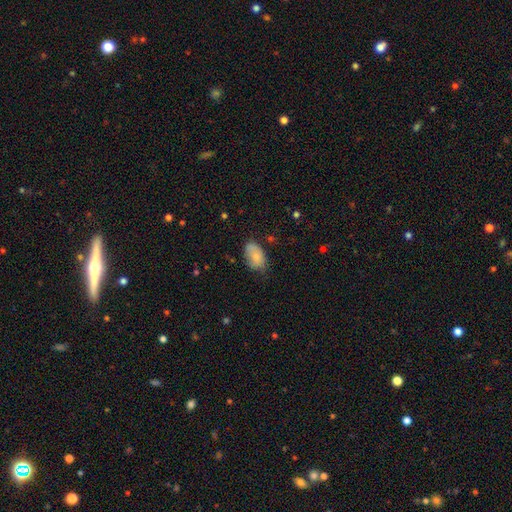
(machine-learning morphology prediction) smooth-or-featured: smooth: 79% | featured or disk: 14% | star or artifact: 7%
  how-rounded: in between: 92% | round: 7% | cigar-shaped: 1%
  merging: none: 60% | minor disturbance: 30% | major disturbance: 8% | merger: 2%